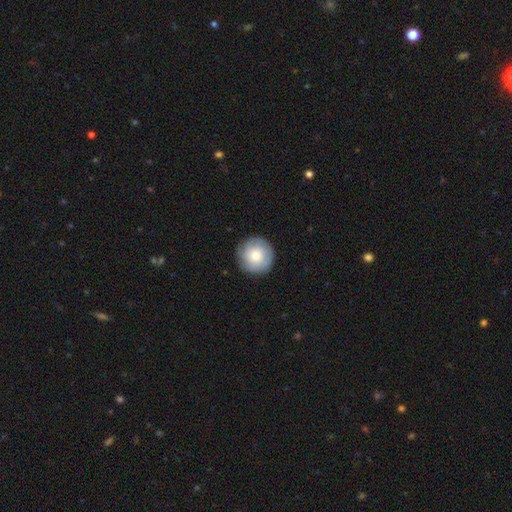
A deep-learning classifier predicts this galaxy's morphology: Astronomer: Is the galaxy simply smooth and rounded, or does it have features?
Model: smooth — 67%.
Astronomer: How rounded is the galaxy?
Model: round — 95%.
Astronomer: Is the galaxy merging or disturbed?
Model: none — 87%.